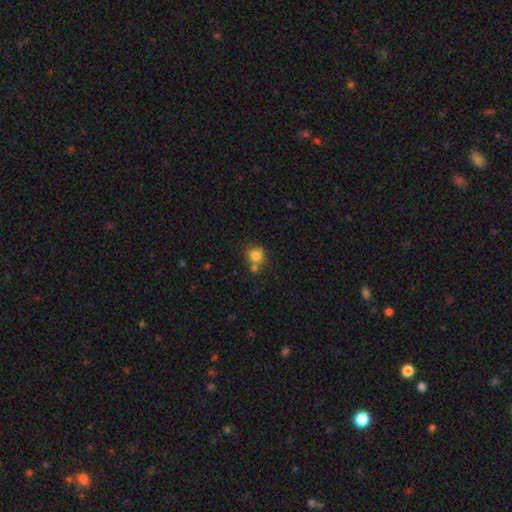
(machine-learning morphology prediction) type=smooth (80%); roundness=round (82%); merging=none (58%).